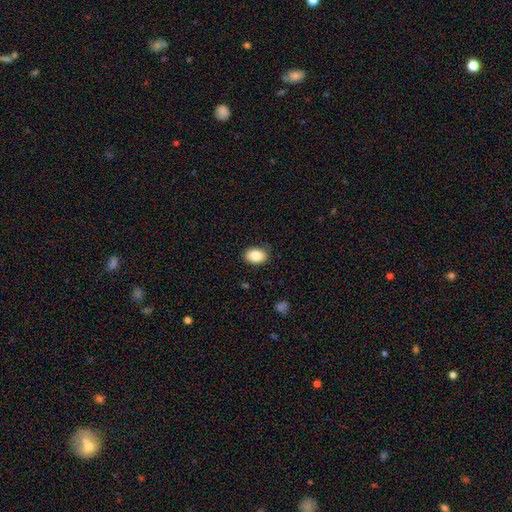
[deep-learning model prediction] smooth 84%, featured or disk 8%, star or artifact 8%. Down the decision tree: how rounded — in between (82%); merging — none (84%).